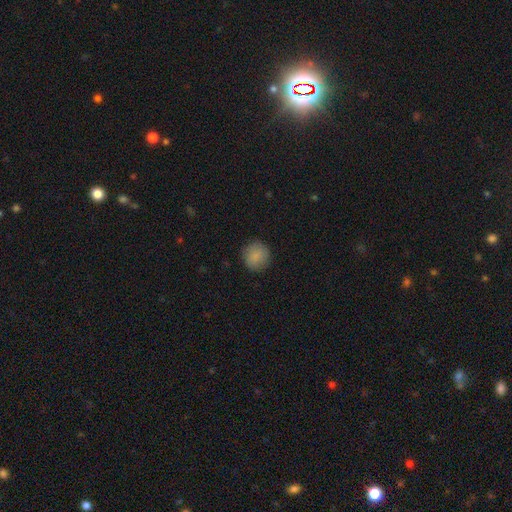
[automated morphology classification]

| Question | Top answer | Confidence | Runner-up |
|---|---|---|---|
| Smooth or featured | smooth | 87% | star or artifact (8%) |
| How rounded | round | 92% | in between (7%) |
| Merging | none | 87% | minor disturbance (10%) |